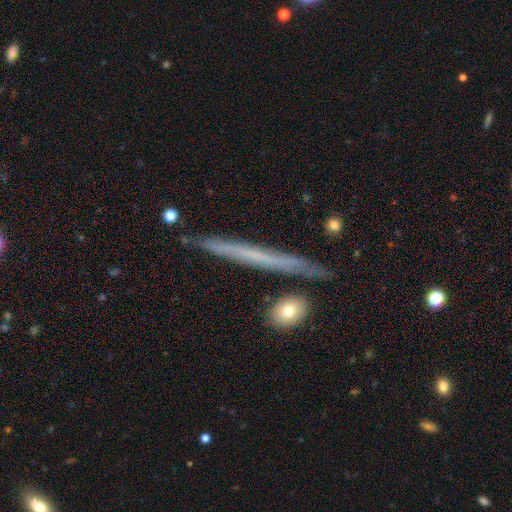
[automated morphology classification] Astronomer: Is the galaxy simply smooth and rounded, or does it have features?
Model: featured or disk — 54% (runner-up: smooth, 39%).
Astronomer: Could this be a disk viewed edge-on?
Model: yes — 95%.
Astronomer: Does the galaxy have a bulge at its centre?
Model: none — 88%.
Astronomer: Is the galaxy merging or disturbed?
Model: none — 86%.